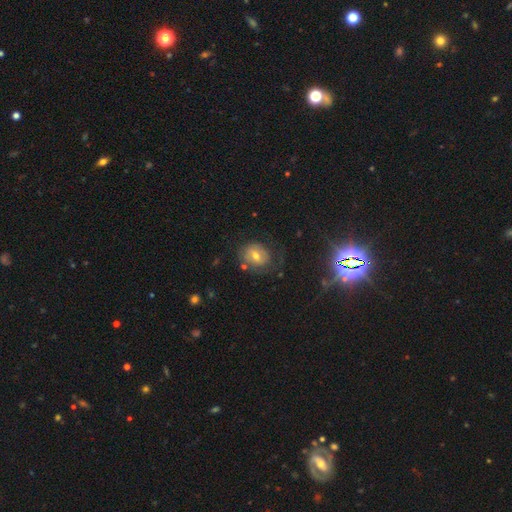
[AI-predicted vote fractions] smooth-or-featured: smooth: 51% | featured or disk: 38% | star or artifact: 11%
  how-rounded: round: 56% | in between: 43% | cigar-shaped: 1%
  merging: none: 60% | minor disturbance: 22% | major disturbance: 14% | merger: 4%